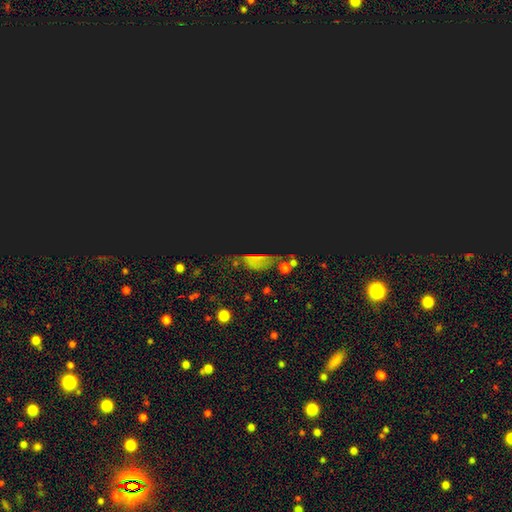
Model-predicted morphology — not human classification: This appears to be a star or artifact, not a galaxy (55%).